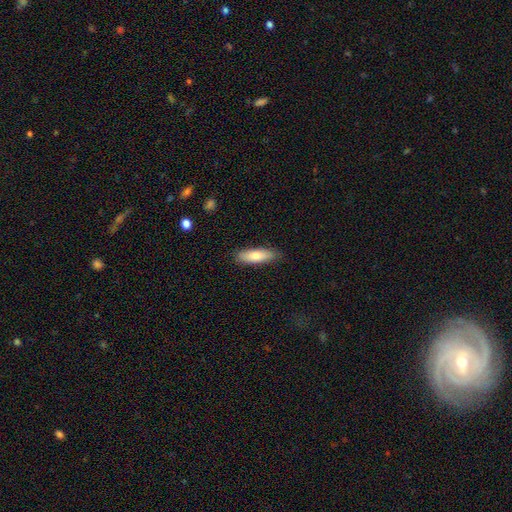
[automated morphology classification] Smooth or featured?
  - smooth: 77% *
  - featured or disk: 17%
  - star or artifact: 6%
How rounded?
  - cigar-shaped: 56% *
  - in between: 43%
  - round: 2%
Merging?
  - none: 86% *
  - minor disturbance: 11%
  - major disturbance: 2%
  - merger: 1%